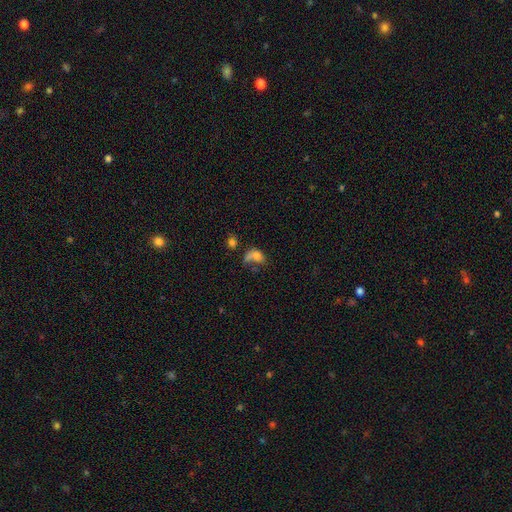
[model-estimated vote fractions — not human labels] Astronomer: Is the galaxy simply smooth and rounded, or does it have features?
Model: smooth — 64%.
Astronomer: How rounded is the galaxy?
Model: in between — 73%.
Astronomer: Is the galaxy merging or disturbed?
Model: major disturbance — 34% (runner-up: merger, 26%).